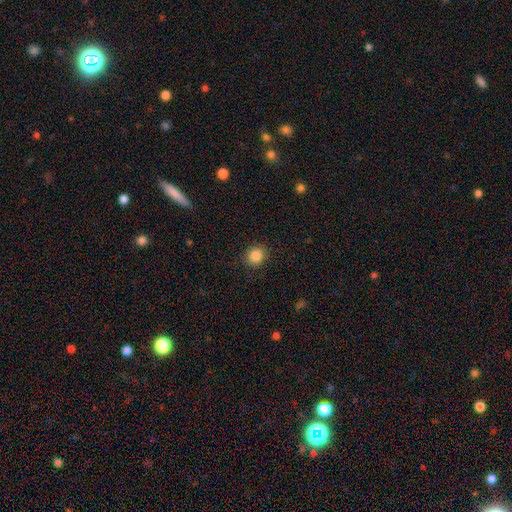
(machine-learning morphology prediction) type=smooth (86%); roundness=round (83%); merging=none (88%).